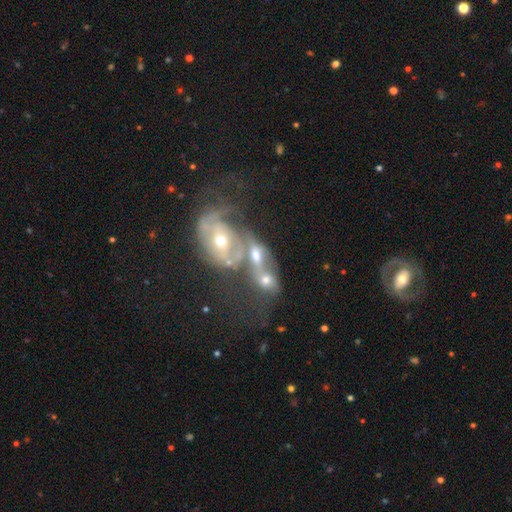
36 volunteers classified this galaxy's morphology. Smooth or featured? 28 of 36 (78%) said featured or disk. Edge-on disk? 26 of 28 (93%) said no. Bar? 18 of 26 (69%) said no. Spiral arms? 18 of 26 (69%) said yes. Spiral winding? 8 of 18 (44%) said tight. Spiral arm count? 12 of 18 (67%) said 2. Bulge size? 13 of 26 (50%) said small. Merging? 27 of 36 (75%) said merger.